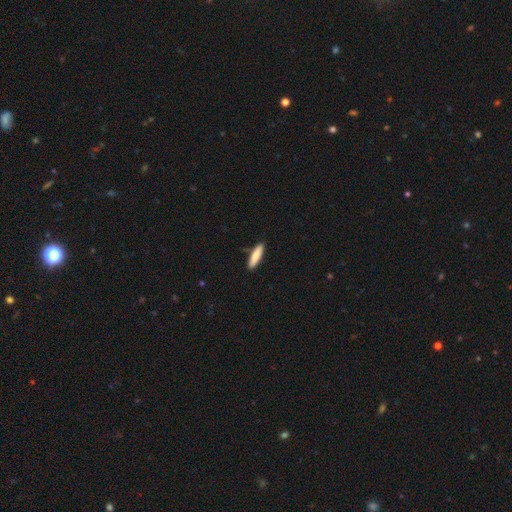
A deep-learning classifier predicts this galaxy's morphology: Overall: smooth (83%). How rounded: cigar-shaped (75%). Merging: none (87%).